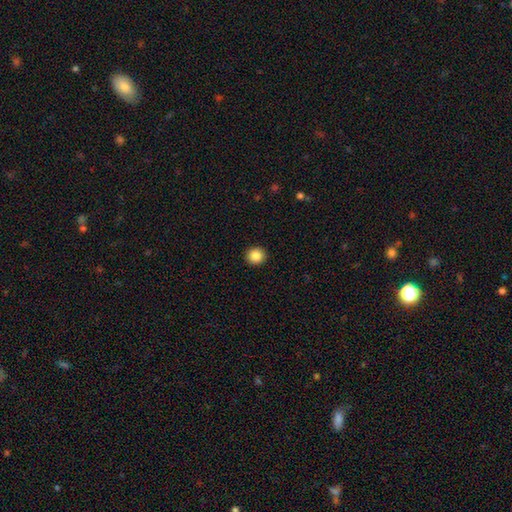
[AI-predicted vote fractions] This appears to be a smooth galaxy with no disk features (86%) that is round (89%). Merging: none (93%).